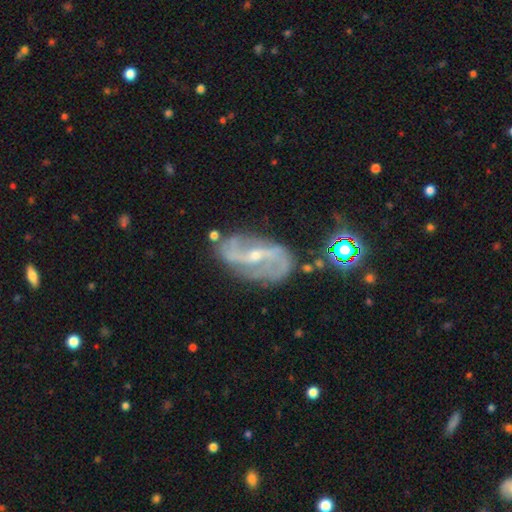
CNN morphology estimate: A featured or disk galaxy (86%) with a weak bar (40%), 2 (86%) loose (53%) spiral arms (94%) and a small central bulge (65%). Merging: none (71%).